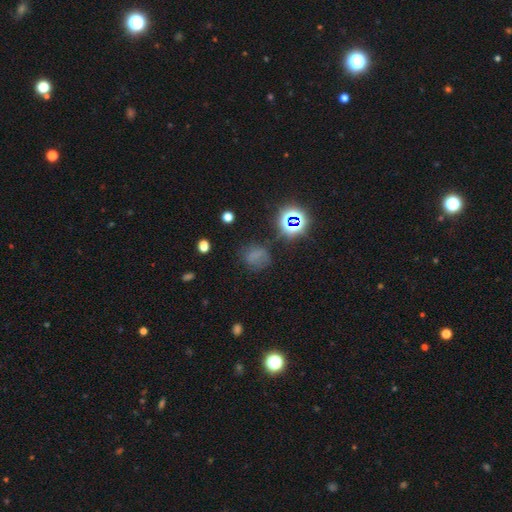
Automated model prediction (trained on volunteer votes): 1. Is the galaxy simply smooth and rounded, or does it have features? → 55% smooth, 33% star or artifact, 12% featured or disk.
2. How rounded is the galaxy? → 65% round, 33% in between, 2% cigar-shaped.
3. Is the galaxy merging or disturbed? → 62% none, 21% minor disturbance, 13% major disturbance, 4% merger.